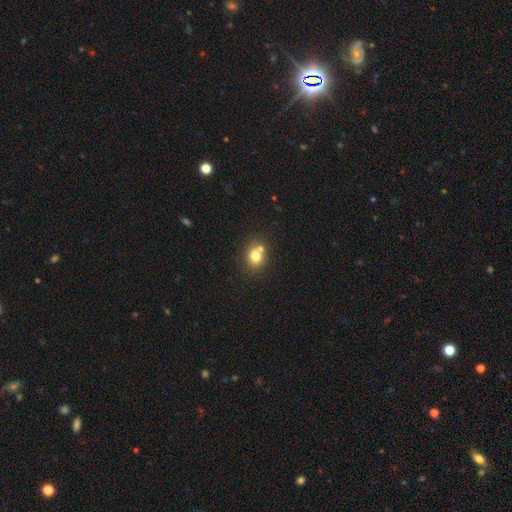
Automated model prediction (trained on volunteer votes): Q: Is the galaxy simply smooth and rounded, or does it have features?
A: smooth — 76%.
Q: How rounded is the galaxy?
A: round — 63%.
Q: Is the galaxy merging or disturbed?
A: none — 56%.